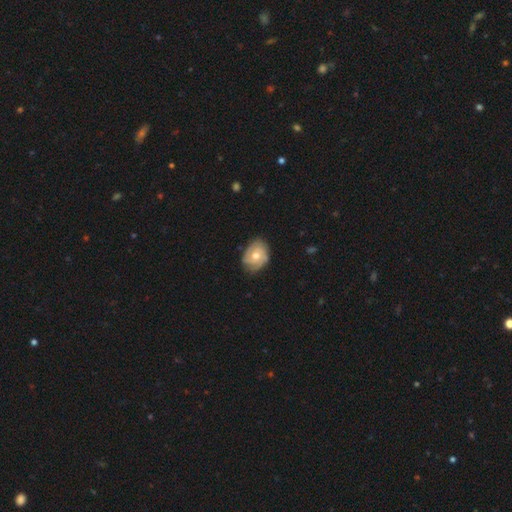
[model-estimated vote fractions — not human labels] smooth_or_featured: featured or disk (p=0.62) [alt: smooth p=0.32]
disk_edge_on: no (p=0.96) [alt: yes p=0.04]
bar: no (p=0.78) [alt: weak p=0.19]
has_spiral_arms: yes (p=0.82) [alt: no p=0.18]
bulge_size: moderate (p=0.73) [alt: small p=0.22]
merging: none (p=0.71) [alt: minor disturbance p=0.22]